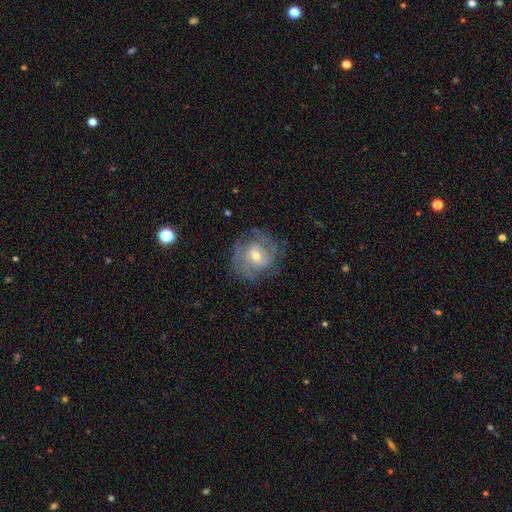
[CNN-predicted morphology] A featured or disk galaxy (69%) with no bar (44%), tight (51%) spiral arms (78%) and a moderate central bulge (50%). Merging: none (66%).